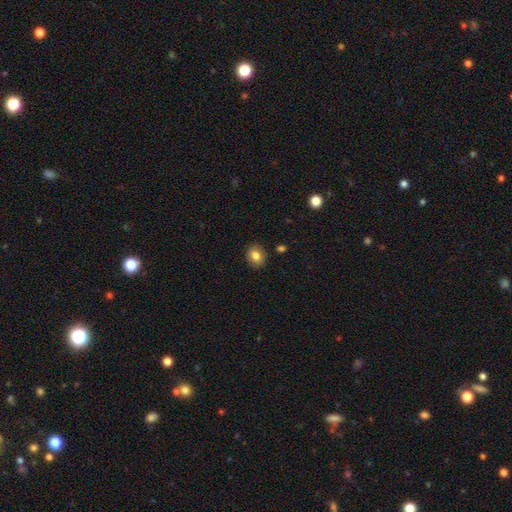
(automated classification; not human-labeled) Q: Smooth or featured?
A: smooth (81%); runner-up: featured or disk (10%)
Q: How rounded?
A: round (61%); runner-up: in between (39%)
Q: Merging?
A: none (87%); runner-up: minor disturbance (9%)